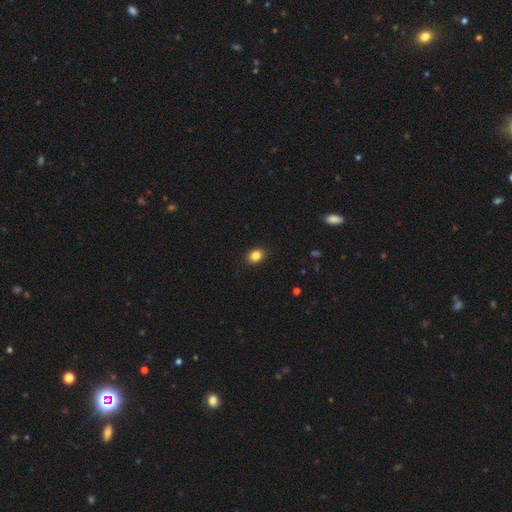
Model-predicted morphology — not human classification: smooth 85%, star or artifact 10%, featured or disk 5%. Down the decision tree: how rounded — in between (52%); merging — none (90%).